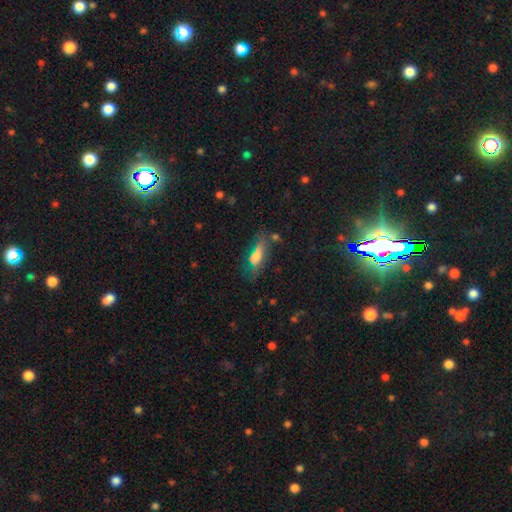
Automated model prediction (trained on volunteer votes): A smooth galaxy with no disk features (58%) that is in between round and cigar-shaped (67%).

Vote fractions:
- Smooth or featured? smooth: 58% / featured or disk: 27% / star or artifact: 15%
- How rounded? in between: 67% / cigar-shaped: 28% / round: 5%
- Merging? none: 50% / minor disturbance: 25% / major disturbance: 18% / merger: 7%